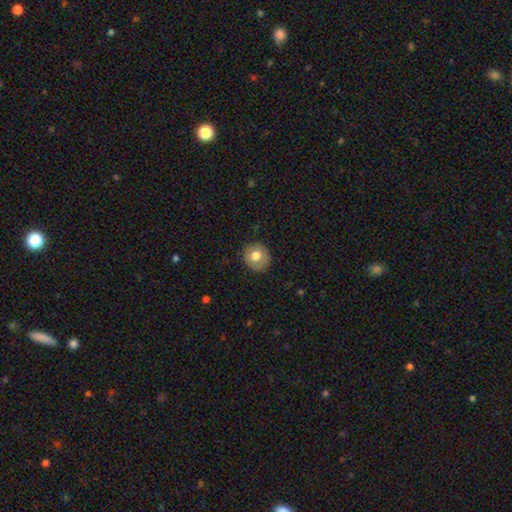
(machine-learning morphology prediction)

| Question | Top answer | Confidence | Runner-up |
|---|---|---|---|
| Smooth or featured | smooth | 74% | featured or disk (18%) |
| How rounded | round | 87% | in between (12%) |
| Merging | none | 87% | minor disturbance (10%) |